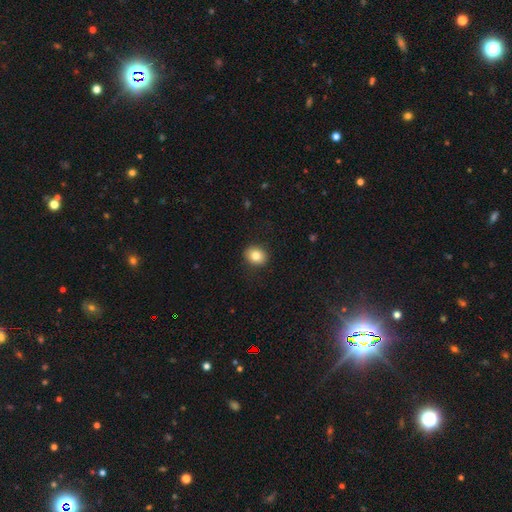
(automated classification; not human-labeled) This appears to be a smooth galaxy with no disk features (81%) that is in between round and cigar-shaped (51%). Merging: none (88%).